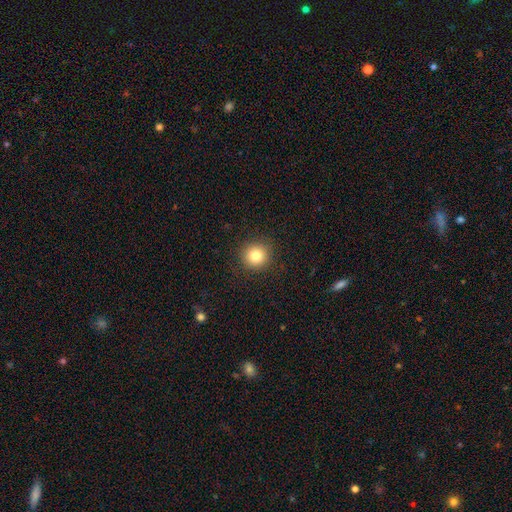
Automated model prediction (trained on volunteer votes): A smooth galaxy with no disk features (82%) that is round (92%). Merging: none (91%).